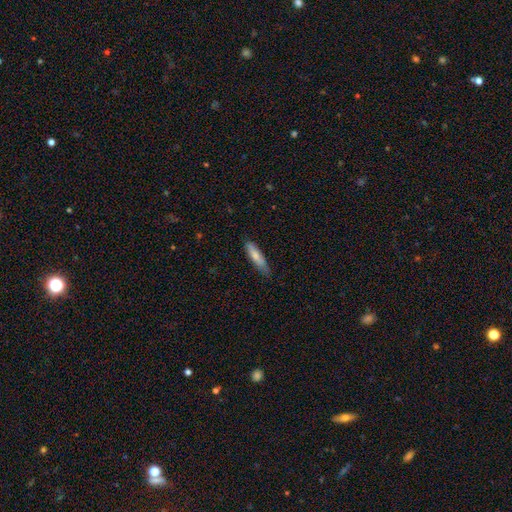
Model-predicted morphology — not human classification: Q: Smooth or featured?
A: smooth (76%); runner-up: featured or disk (19%)
Q: How rounded?
A: cigar-shaped (73%); runner-up: in between (26%)
Q: Merging?
A: none (75%); runner-up: minor disturbance (20%)